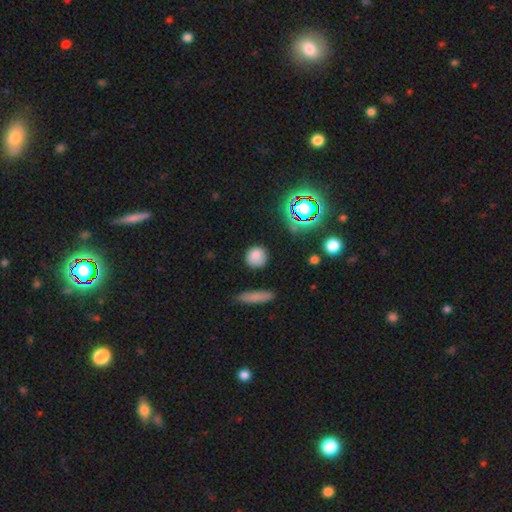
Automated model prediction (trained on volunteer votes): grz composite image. It shows a smooth galaxy with no disk features (79%) that is round (89%). Merging: none (83%).